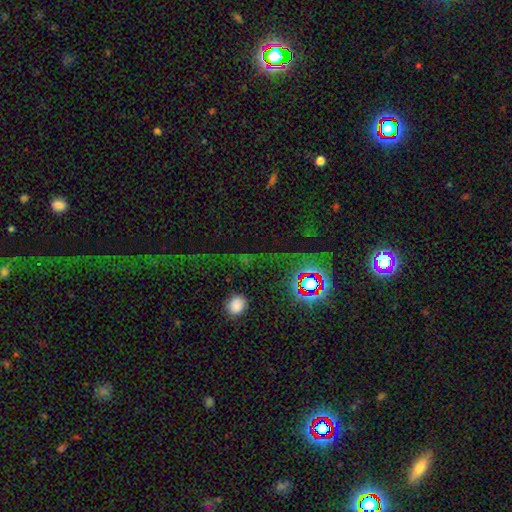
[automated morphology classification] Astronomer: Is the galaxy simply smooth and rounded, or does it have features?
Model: star or artifact — 73%.